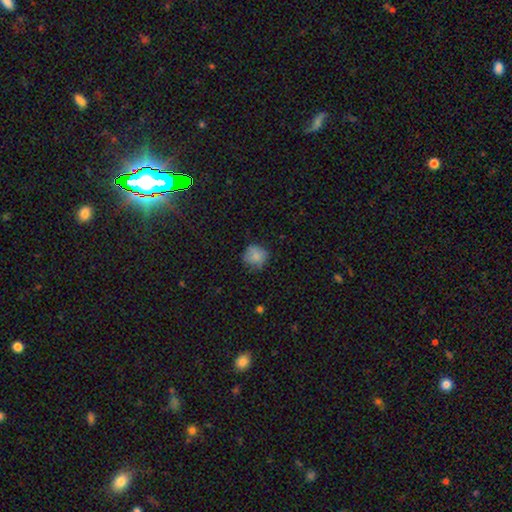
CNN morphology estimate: Overall: smooth (81%). How rounded: round (86%). Merging: none (69%).